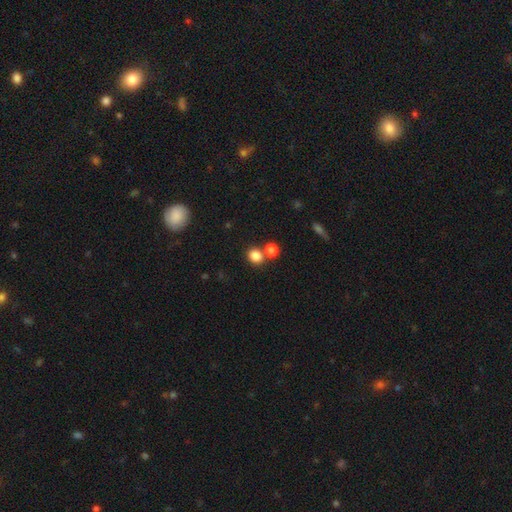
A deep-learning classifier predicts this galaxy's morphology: This appears to be a smooth galaxy with no disk features (82%) that is round (72%). Merging: none (61%).